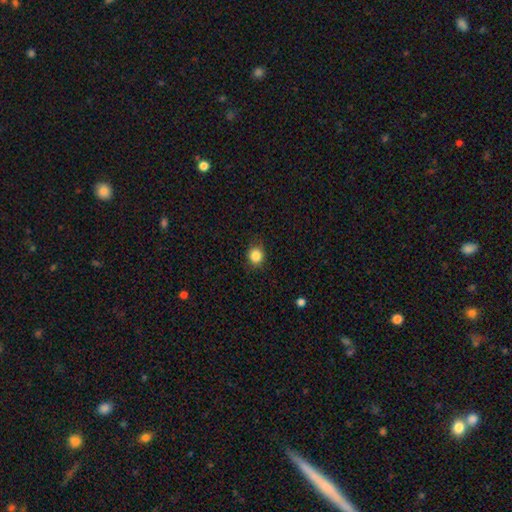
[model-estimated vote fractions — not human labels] Q: Smooth or featured?
A: smooth (85%); runner-up: star or artifact (10%)
Q: How rounded?
A: round (84%); runner-up: in between (15%)
Q: Merging?
A: none (83%); runner-up: minor disturbance (13%)